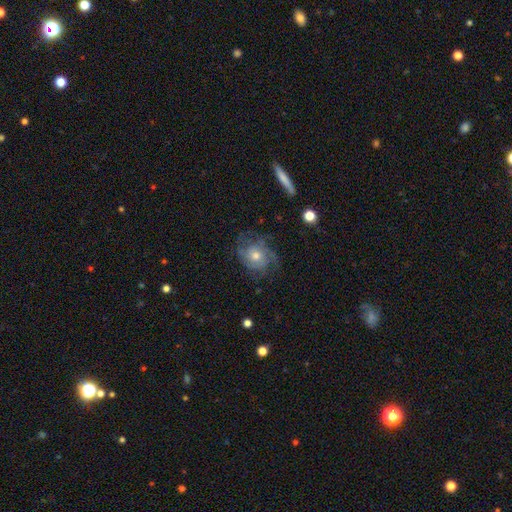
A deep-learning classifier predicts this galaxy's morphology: type=featured or disk (78%); edge-on=no (96%); bar=no (80%); spiral arms=yes (93%); winding=tight (53%); arm count=can't tell (29%, tied with 3); bulge=moderate (65%); merging=none (71%).